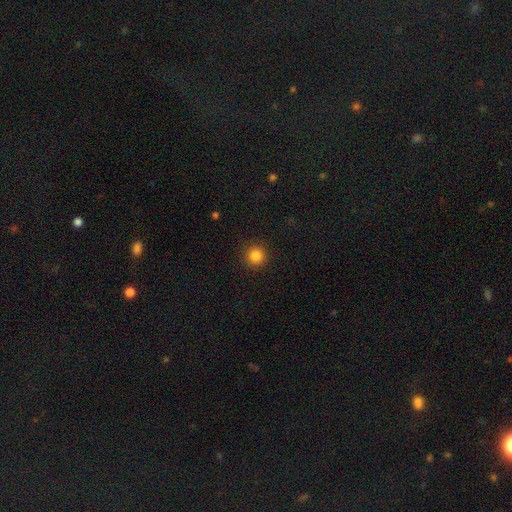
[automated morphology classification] Smooth or featured: smooth — 85% (star or artifact — 11%)
How rounded: round — 95% (in between — 4%)
Merging: none — 91% (minor disturbance — 5%)